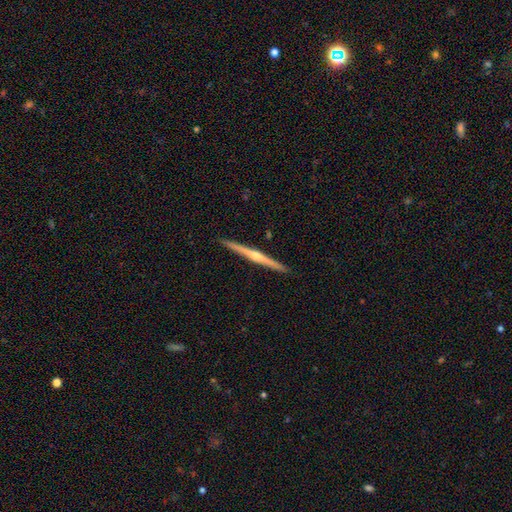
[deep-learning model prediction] Overall: featured or disk (78%). Edge-on disk: yes (98%). Edge-on bulge: rounded (80%). Merging: none (93%).